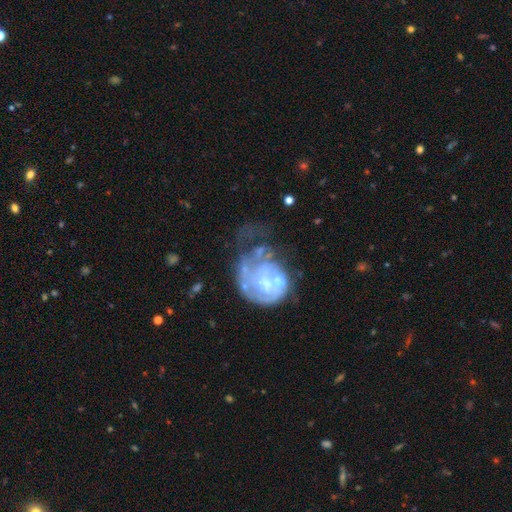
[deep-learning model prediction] Smooth or featured? featured or disk (69%)
Edge-on disk? no (97%)
Bar? no (73%)
Spiral arms? yes (61%)
Bulge size? moderate (35%)
Merging? major disturbance (43%)